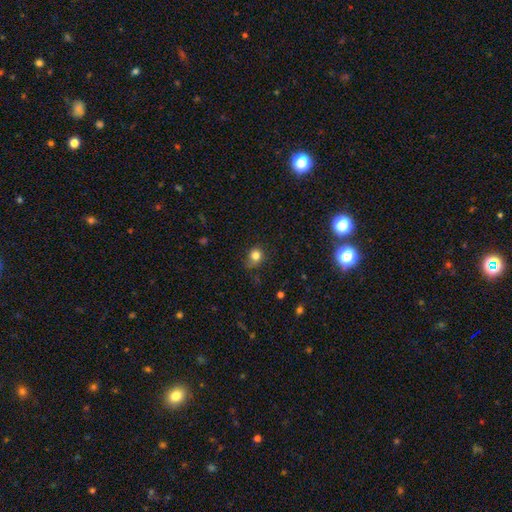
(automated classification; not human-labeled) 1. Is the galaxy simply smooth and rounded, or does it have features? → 81% smooth, 13% star or artifact, 6% featured or disk.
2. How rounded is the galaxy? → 76% round, 23% in between, 1% cigar-shaped.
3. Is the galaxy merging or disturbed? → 69% none, 23% minor disturbance, 6% major disturbance, 2% merger.